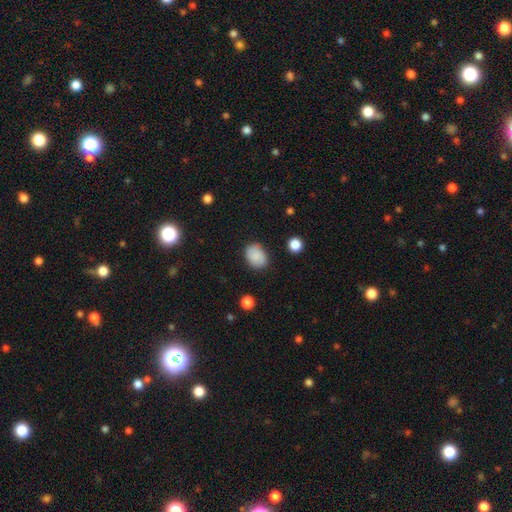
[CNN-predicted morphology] The model was most divided on "how rounded": in between: 65%, round: 34%, cigar-shaped: 1%. More confident: smooth or featured — smooth (84%); merging — none (79%).